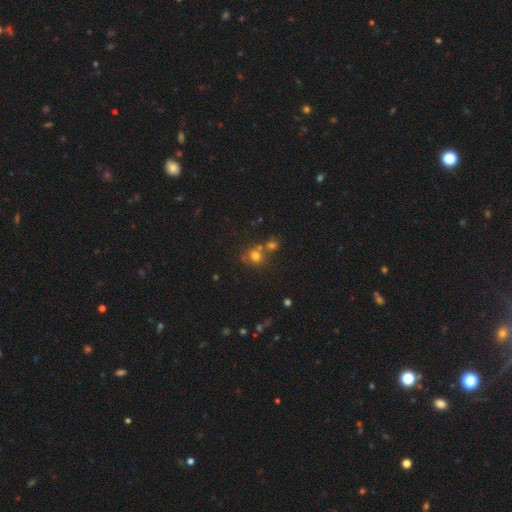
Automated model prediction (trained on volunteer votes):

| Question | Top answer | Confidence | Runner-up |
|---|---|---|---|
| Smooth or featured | smooth | 72% | star or artifact (18%) |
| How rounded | round | 84% | in between (15%) |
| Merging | none | 53% | merger (33%) |